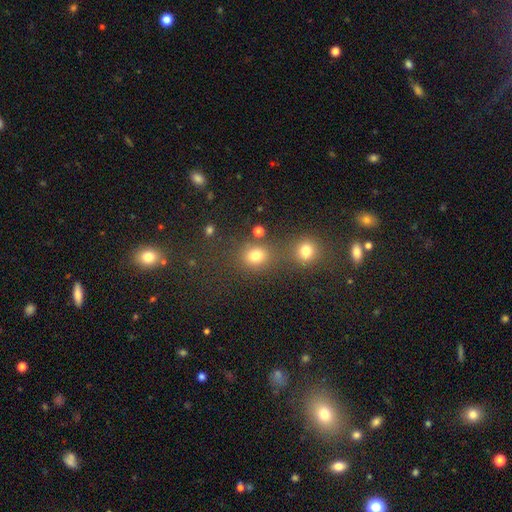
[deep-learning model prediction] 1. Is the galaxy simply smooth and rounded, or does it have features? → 77% smooth, 17% star or artifact, 6% featured or disk.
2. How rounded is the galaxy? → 73% round, 26% in between, 1% cigar-shaped.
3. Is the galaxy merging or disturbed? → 60% none, 26% merger, 9% minor disturbance, 5% major disturbance.